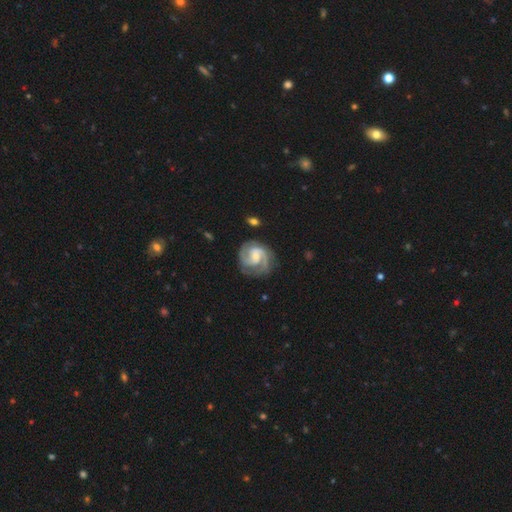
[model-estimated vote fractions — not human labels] featured or disk 89%, smooth 7%, star or artifact 4%. Down the decision tree: edge-on disk — no (98%); bar — weak (48%); spiral arms — yes (98%); spiral arm count — 2 (78%); spiral winding — medium (47%); bulge size — small (51%); merging — none (76%).